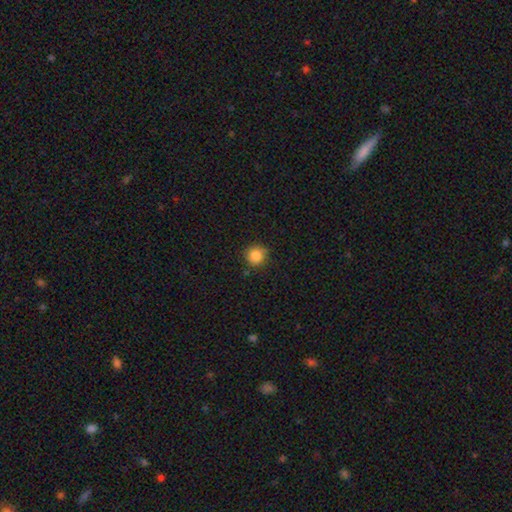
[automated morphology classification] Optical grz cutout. It shows a smooth galaxy with no disk features (85%) that is round (94%). Merging: none (86%).